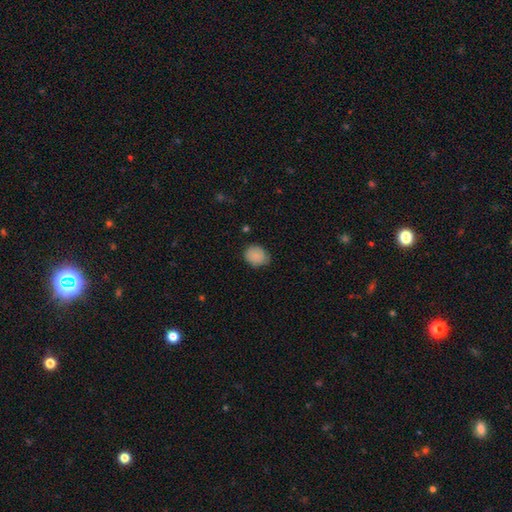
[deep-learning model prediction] This appears to be a smooth galaxy with no disk features (86%) that is round (62%). Merging: none (69%).